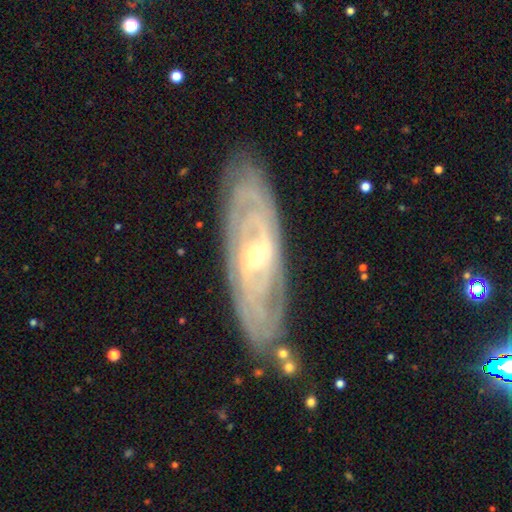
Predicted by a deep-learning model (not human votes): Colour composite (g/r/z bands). It shows a featured or disk galaxy (85%) with no bar (48%), tight (77%) spiral arms (94%) and a small central bulge (68%). Merging: none (85%).